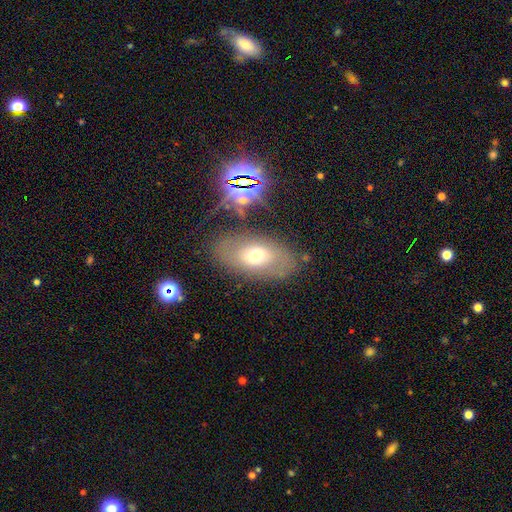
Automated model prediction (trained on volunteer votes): Smooth or featured? Predicted: smooth (p=0.51). How rounded? Predicted: in between (p=0.90). Merging? Predicted: none (p=0.75).